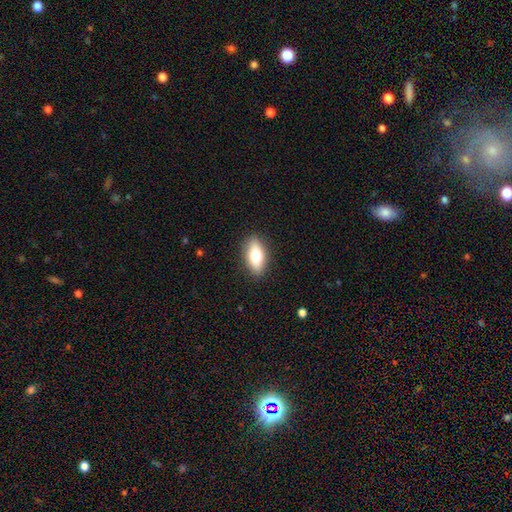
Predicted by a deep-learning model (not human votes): A smooth galaxy with no disk features (74%) that is in between round and cigar-shaped (84%). Merging: none (88%).